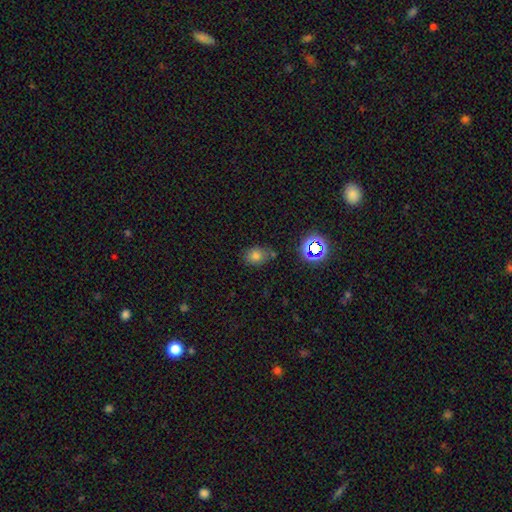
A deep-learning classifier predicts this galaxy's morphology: Smooth or featured: smooth — 71% (star or artifact — 20%)
How rounded: in between — 56% (round — 43%)
Merging: none — 68% (minor disturbance — 18%)